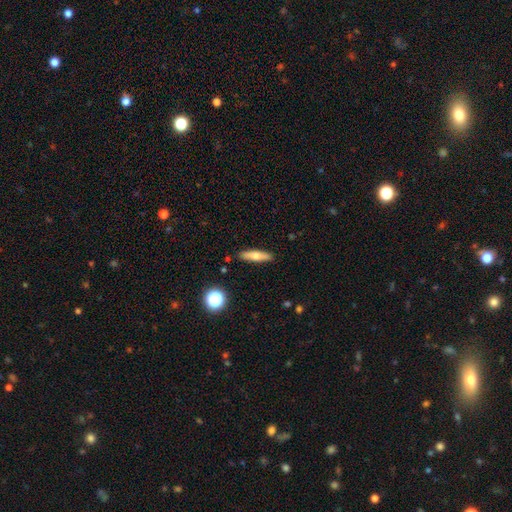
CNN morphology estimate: Smooth or featured?
  - smooth: 60% *
  - featured or disk: 32%
  - star or artifact: 8%
How rounded?
  - cigar-shaped: 73% *
  - in between: 24%
  - round: 3%
Merging?
  - none: 89% *
  - minor disturbance: 8%
  - major disturbance: 2%
  - merger: 2%